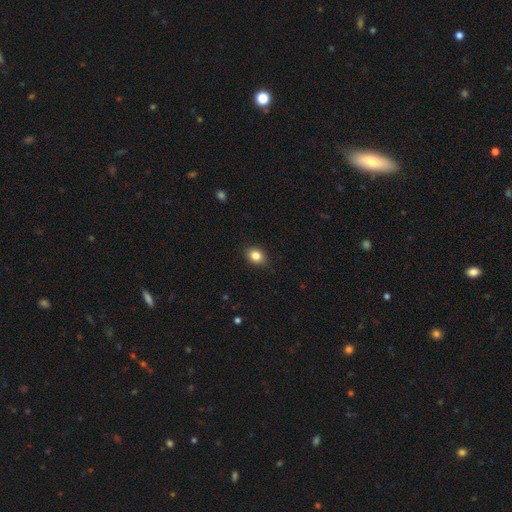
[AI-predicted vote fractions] The model was most divided on "how rounded": in between: 59%, round: 40%, cigar-shaped: 1%. More confident: merging — none (87%); smooth or featured — smooth (84%).